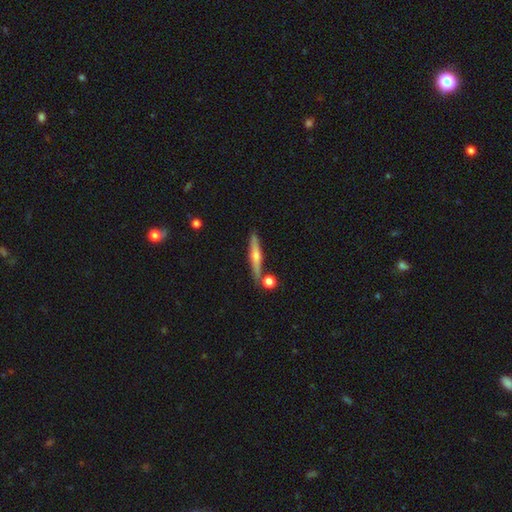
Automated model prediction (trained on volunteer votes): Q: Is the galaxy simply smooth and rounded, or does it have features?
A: featured or disk — 60%.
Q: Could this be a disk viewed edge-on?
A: yes — 96%.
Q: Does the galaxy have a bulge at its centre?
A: rounded — 84%.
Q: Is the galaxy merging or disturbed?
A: none — 82%.